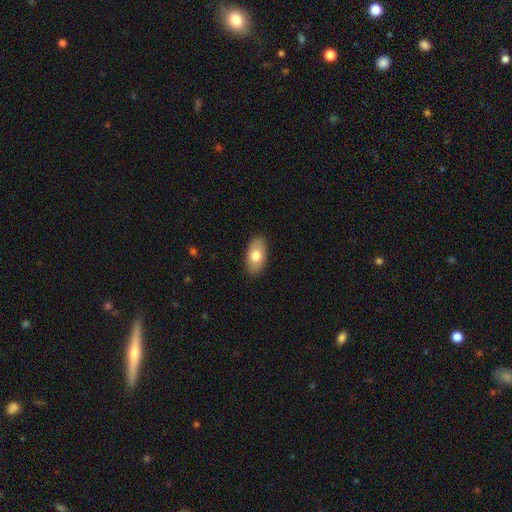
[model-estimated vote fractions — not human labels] Smooth or featured? smooth (76%)
How rounded? in between (93%)
Merging? none (88%)